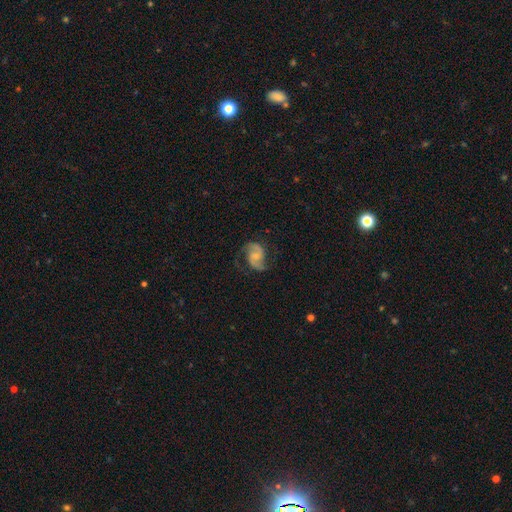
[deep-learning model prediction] Smooth or featured: featured or disk — 86% (smooth — 8%)
Edge-on disk: no — 98% (yes — 2%)
Bar: no — 55% (weak — 37%)
Spiral arms: yes — 97% (no — 3%)
Spiral winding: medium — 53% (loose — 34%)
Spiral arm count: 2 — 93% (can't tell — 2%)
Bulge size: small — 56% (moderate — 29%)
Merging: none — 75% (minor disturbance — 16%)